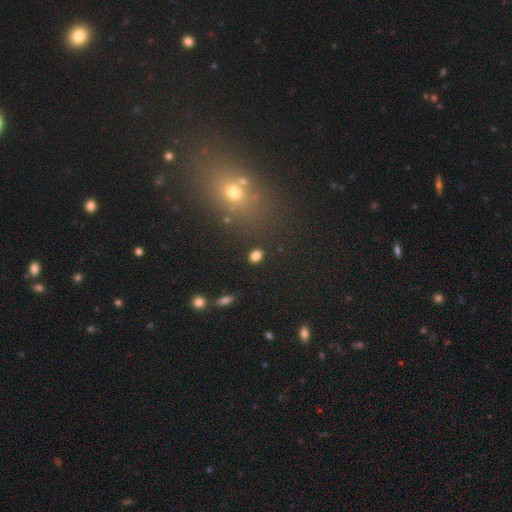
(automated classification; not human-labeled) smooth-or-featured: smooth: 82% | star or artifact: 12% | featured or disk: 5%
  how-rounded: in between: 71% | round: 27% | cigar-shaped: 2%
  merging: none: 87% | minor disturbance: 8% | major disturbance: 3% | merger: 2%